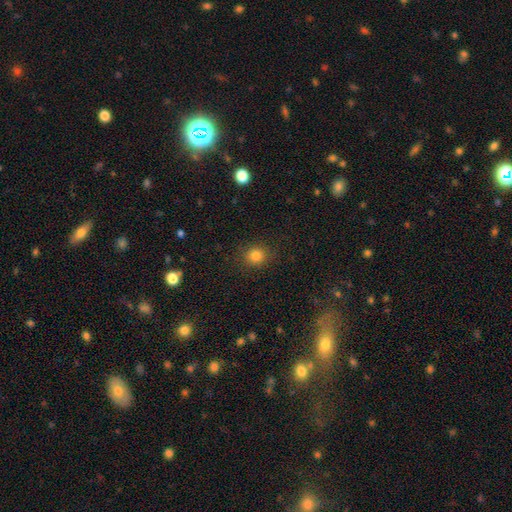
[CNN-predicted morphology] The model was most divided on "smooth or featured": smooth: 82%, star or artifact: 13%, featured or disk: 5%. More confident: merging — none (88%); how rounded — round (85%).